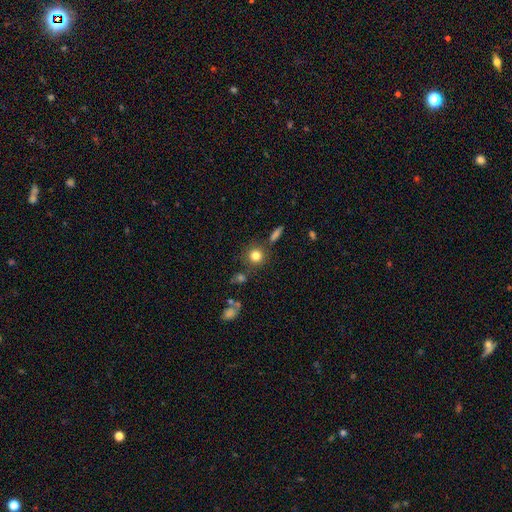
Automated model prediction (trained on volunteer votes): Smooth or featured? smooth (81%)
How rounded? round (89%)
Merging? none (78%)